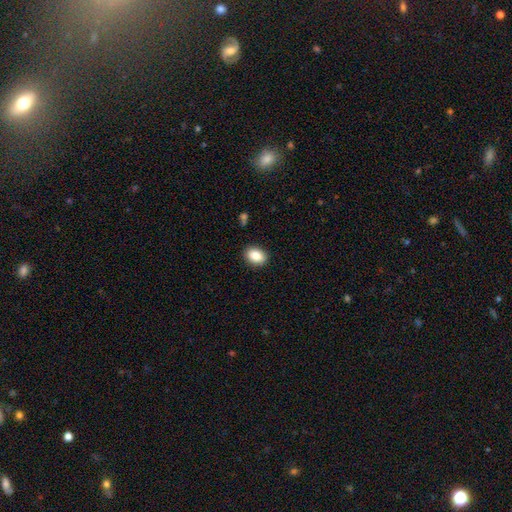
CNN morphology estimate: Smooth or featured: smooth — 86% (star or artifact — 8%)
How rounded: in between — 73% (round — 26%)
Merging: none — 90% (minor disturbance — 7%)